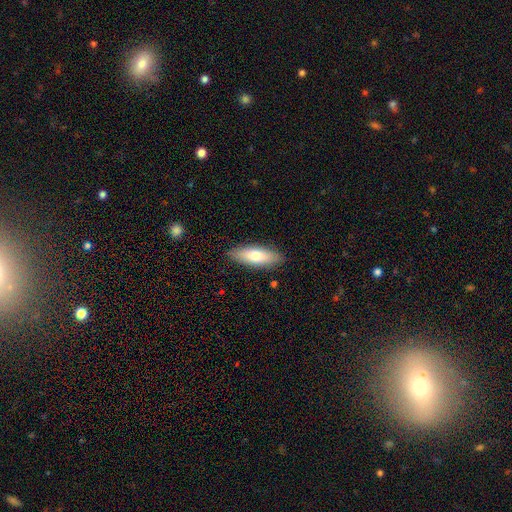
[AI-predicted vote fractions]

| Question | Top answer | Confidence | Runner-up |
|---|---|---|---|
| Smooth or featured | smooth | 74% | featured or disk (20%) |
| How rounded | in between | 66% | cigar-shaped (32%) |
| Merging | none | 88% | minor disturbance (9%) |